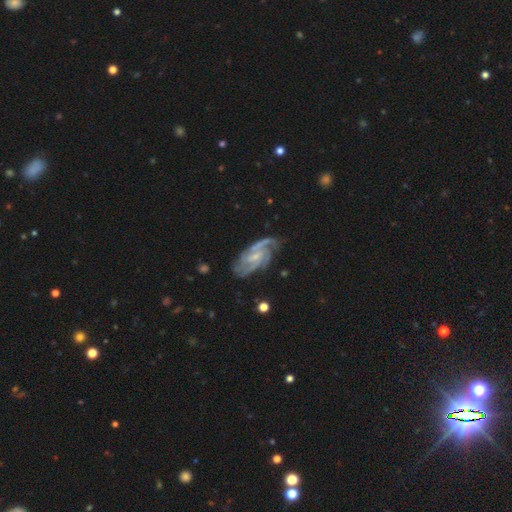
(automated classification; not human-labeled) Smooth or featured: featured or disk — 90% (smooth — 5%)
Edge-on disk: no — 96% (yes — 4%)
Bar: weak — 48% (no — 36%)
Spiral arms: yes — 98% (no — 2%)
Spiral winding: medium — 47% (tight — 41%)
Spiral arm count: 3 — 34% (2 — 33%)
Bulge size: small — 66% (moderate — 22%)
Merging: none — 70% (minor disturbance — 19%)